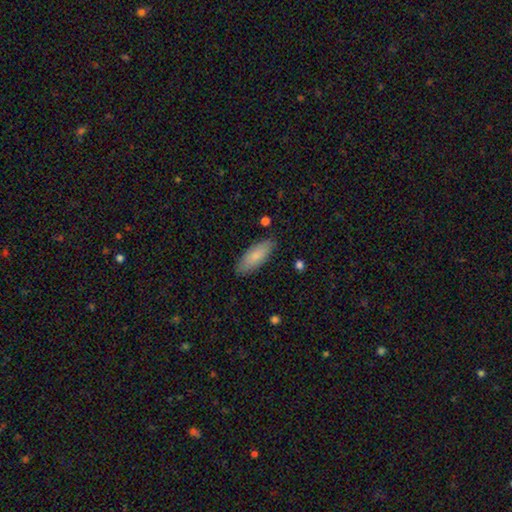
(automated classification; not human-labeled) The model was most divided on "how rounded": in between: 70%, cigar-shaped: 28%, round: 2%. More confident: merging — none (86%); smooth or featured — smooth (84%).